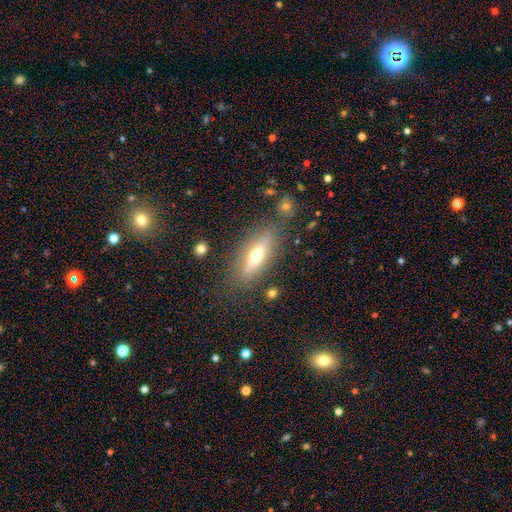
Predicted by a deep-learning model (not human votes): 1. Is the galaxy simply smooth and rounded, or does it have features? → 48% smooth, 43% featured or disk, 10% star or artifact.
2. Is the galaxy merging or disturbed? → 76% none, 13% minor disturbance, 6% merger, 5% major disturbance.